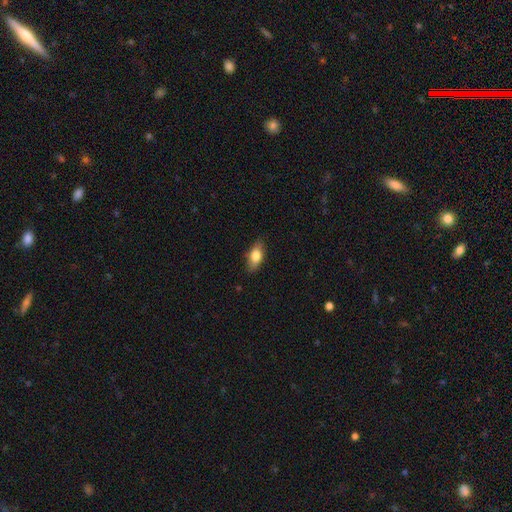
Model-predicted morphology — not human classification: This is likely a smooth galaxy (77%). How rounded: clearly in between (84%). Merging: clearly none (84%).